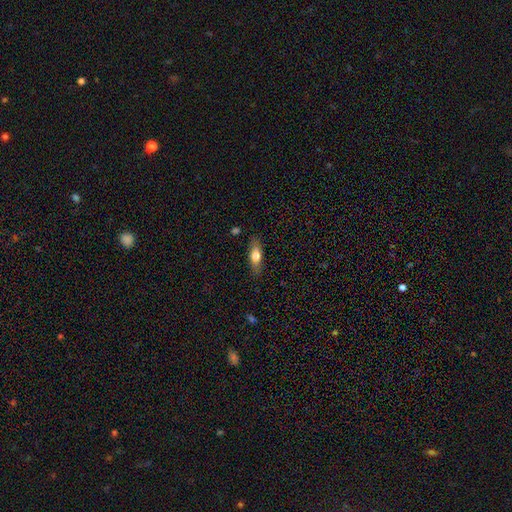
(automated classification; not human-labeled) A smooth galaxy with no disk features (66%) that is in between round and cigar-shaped (61%). Merging: none (84%).